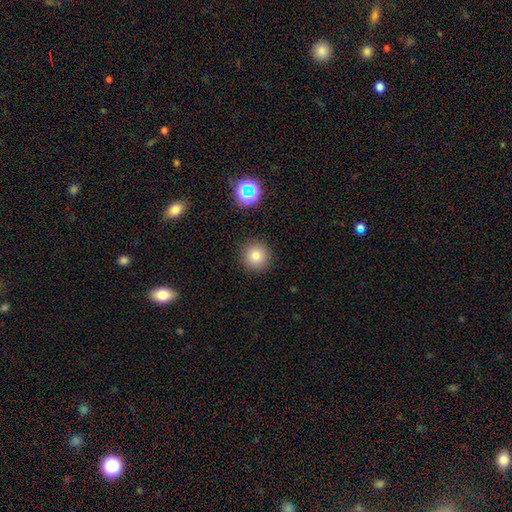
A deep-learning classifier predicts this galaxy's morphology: Smooth or featured?
  - smooth: 79% *
  - star or artifact: 14%
  - featured or disk: 7%
How rounded?
  - round: 95% *
  - in between: 4%
  - cigar-shaped: 1%
Merging?
  - none: 90% *
  - minor disturbance: 6%
  - major disturbance: 2%
  - merger: 2%